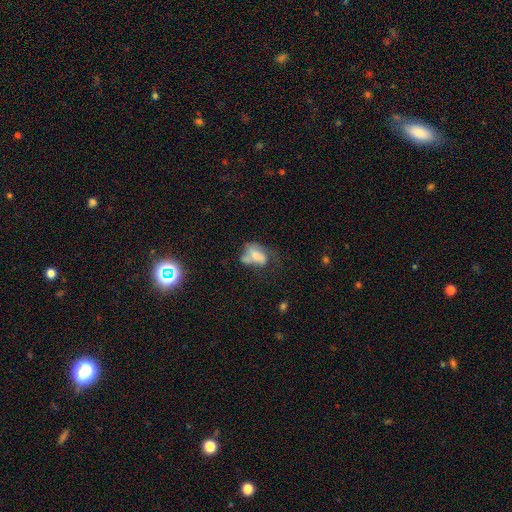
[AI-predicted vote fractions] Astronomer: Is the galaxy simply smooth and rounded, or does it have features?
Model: smooth — 56% (runner-up: featured or disk, 34%).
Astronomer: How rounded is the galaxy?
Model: in between — 84%.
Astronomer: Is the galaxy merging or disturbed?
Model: major disturbance — 36% (runner-up: none, 24%).